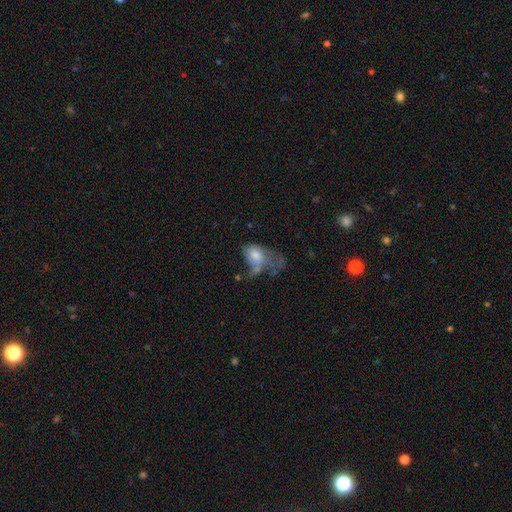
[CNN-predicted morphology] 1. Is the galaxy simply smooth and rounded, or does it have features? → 48% featured or disk, 42% smooth, 10% star or artifact.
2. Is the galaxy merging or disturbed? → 58% major disturbance, 16% none, 16% minor disturbance, 11% merger.